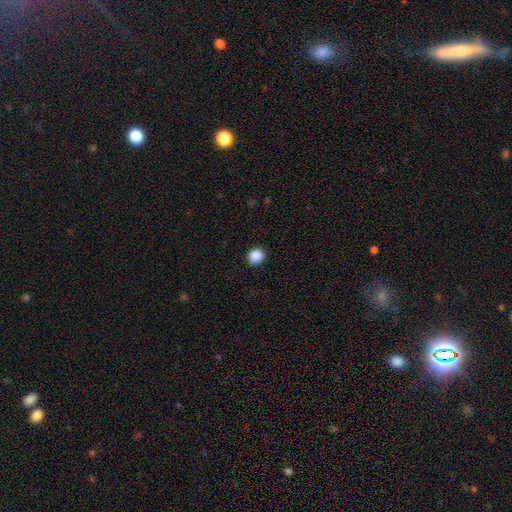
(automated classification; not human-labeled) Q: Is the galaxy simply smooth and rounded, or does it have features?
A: smooth — 88%.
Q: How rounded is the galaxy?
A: round — 82%.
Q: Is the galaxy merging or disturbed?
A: none — 91%.